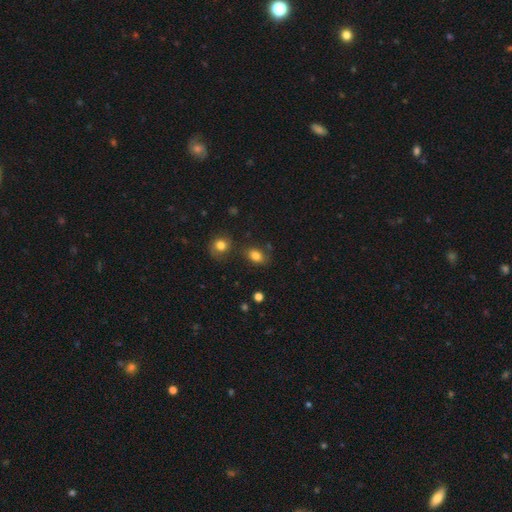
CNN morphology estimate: Smooth or featured: smooth — 83% (star or artifact — 11%)
How rounded: in between — 77% (round — 22%)
Merging: none — 75% (minor disturbance — 14%)